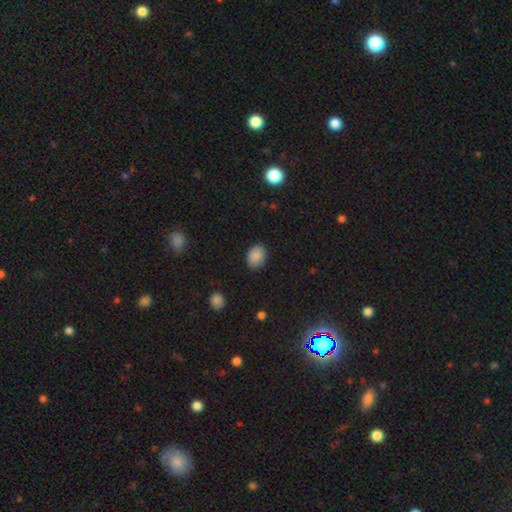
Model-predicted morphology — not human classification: Overall: smooth (88%). How rounded: in between (74%). Merging: none (86%).